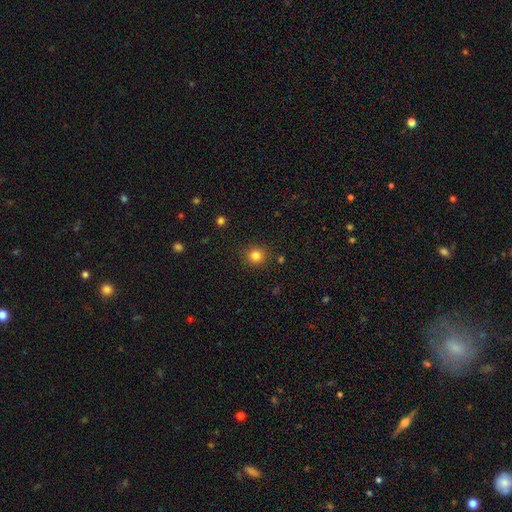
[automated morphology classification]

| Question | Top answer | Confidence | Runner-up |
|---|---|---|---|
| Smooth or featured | smooth | 83% | star or artifact (12%) |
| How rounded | round | 92% | in between (7%) |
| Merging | none | 89% | minor disturbance (7%) |